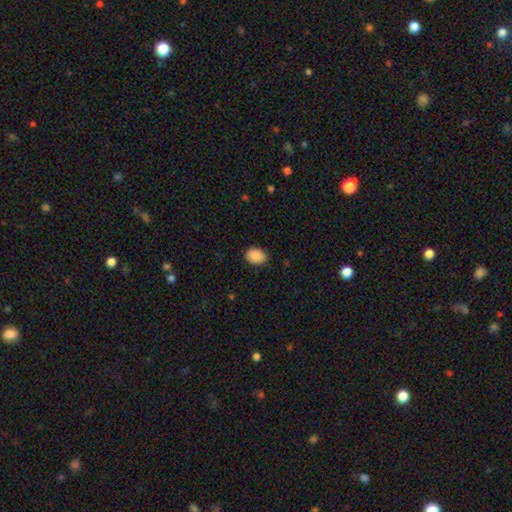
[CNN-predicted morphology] This is clearly a smooth galaxy (90%). How rounded: likely in between (76%). Merging: clearly none (87%).